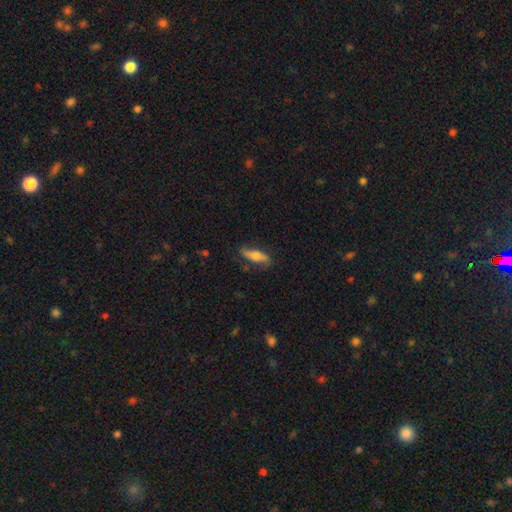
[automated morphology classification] type=smooth (58%); roundness=in between (49%); merging=none (76%).